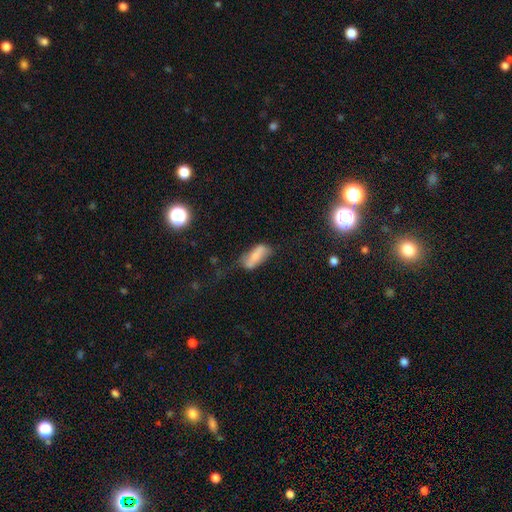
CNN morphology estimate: Smooth or featured? smooth (63%)
How rounded? in between (76%)
Merging? none (48%)